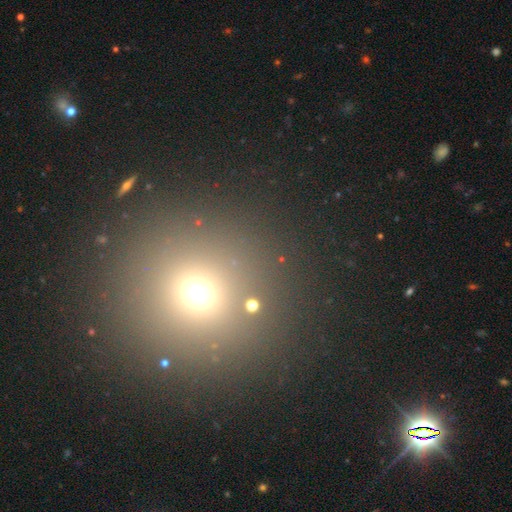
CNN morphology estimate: smooth 62%, star or artifact 30%, featured or disk 8%. Down the decision tree: how rounded — round (93%); merging — none (88%).